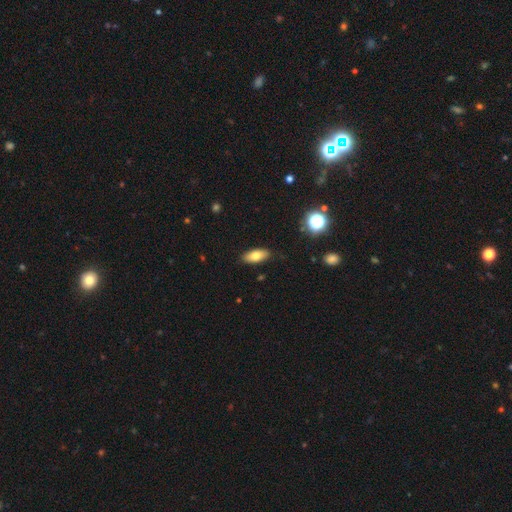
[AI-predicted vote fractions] Overall: smooth (75%). How rounded: in between (82%). Merging: none (87%).